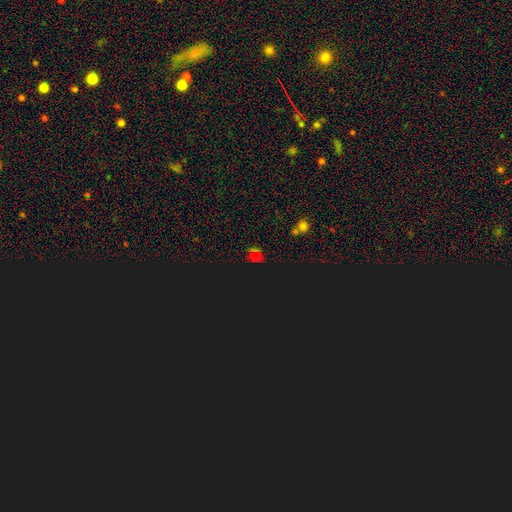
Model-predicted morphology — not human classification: Smooth or featured? Predicted: star or artifact (p=0.65).